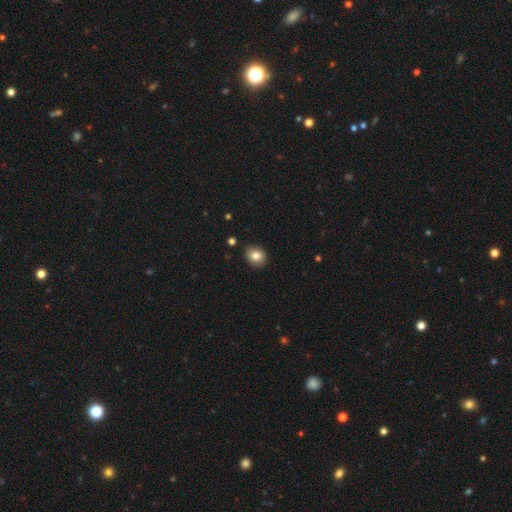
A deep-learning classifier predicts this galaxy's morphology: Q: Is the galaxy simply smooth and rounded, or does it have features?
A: smooth — 82%.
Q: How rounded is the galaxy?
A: round — 61%.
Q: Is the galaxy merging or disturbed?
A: none — 88%.